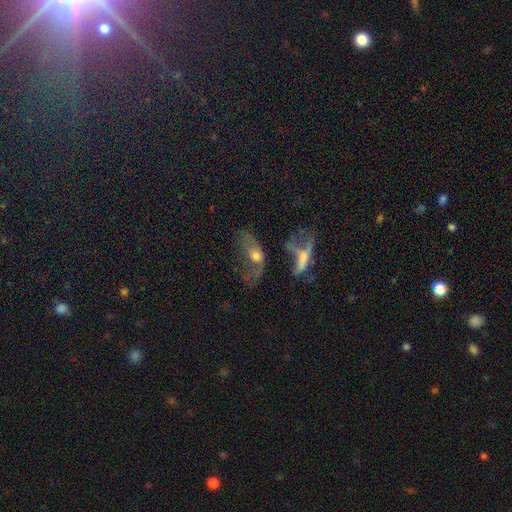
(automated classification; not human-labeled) Smooth or featured? Predicted: featured or disk (p=0.45). Merging? Predicted: major disturbance (p=0.39).